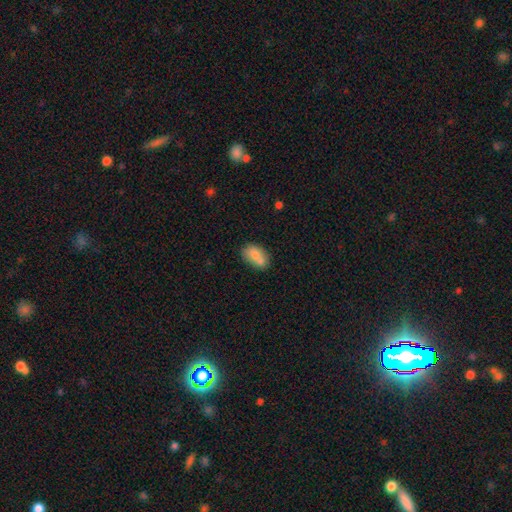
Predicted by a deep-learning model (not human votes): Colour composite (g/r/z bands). It shows a smooth galaxy with no disk features (75%) that is in between round and cigar-shaped (85%). Merging: none (45%).